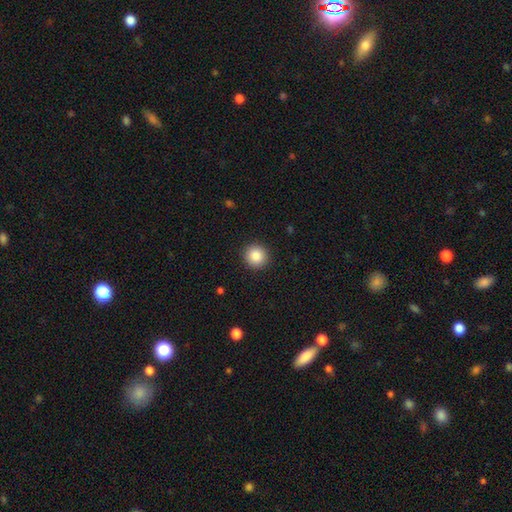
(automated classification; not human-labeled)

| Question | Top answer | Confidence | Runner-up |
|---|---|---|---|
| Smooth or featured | smooth | 87% | star or artifact (9%) |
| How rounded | round | 94% | in between (5%) |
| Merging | none | 92% | minor disturbance (5%) |